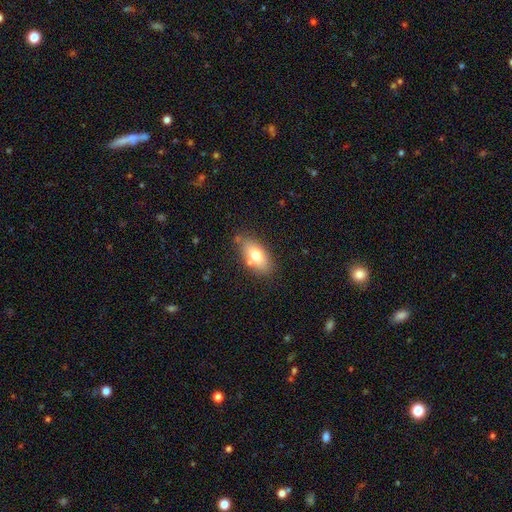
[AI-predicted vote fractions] Smooth or featured: smooth — 73% (featured or disk — 19%)
How rounded: in between — 89% (round — 6%)
Merging: none — 72% (minor disturbance — 17%)